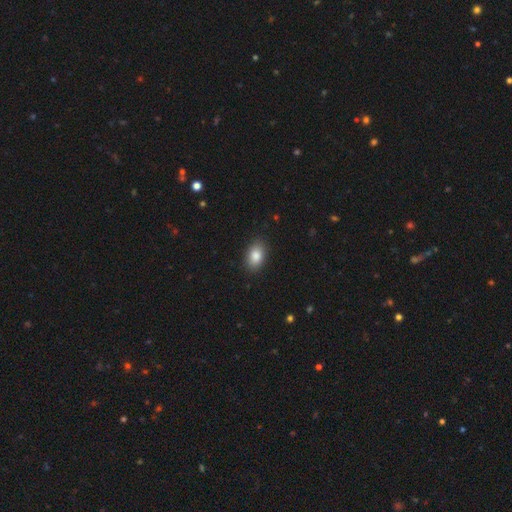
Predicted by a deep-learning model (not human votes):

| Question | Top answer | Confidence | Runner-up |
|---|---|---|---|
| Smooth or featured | smooth | 86% | star or artifact (8%) |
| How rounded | in between | 87% | round (11%) |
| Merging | none | 87% | minor disturbance (9%) |